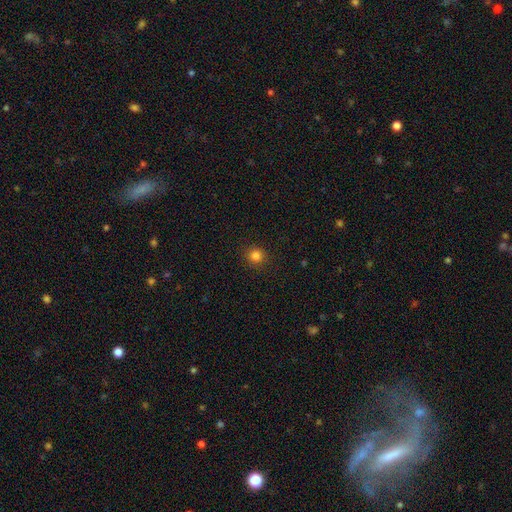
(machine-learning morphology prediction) Smooth or featured? Predicted: smooth (p=0.83). How rounded? Predicted: round (p=0.91). Merging? Predicted: none (p=0.91).